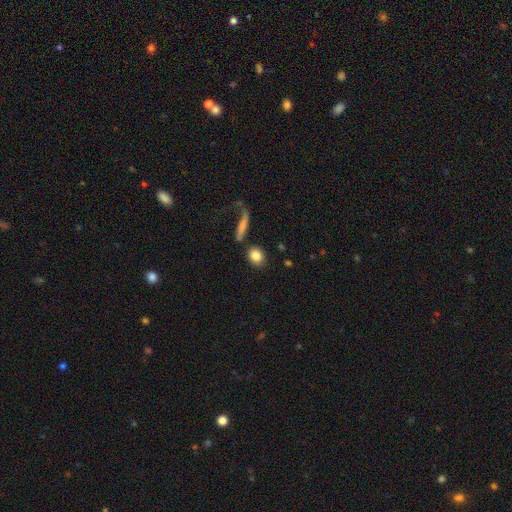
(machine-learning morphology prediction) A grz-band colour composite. It shows a smooth galaxy with no disk features (84%) that is round (48%, tied with in between). Merging: none (73%).